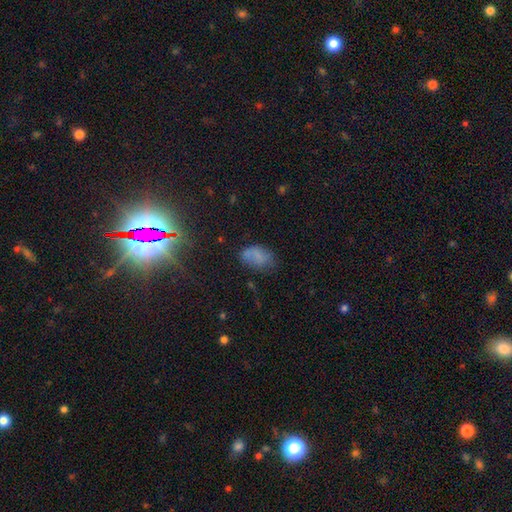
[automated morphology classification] Overall: smooth (67%). How rounded: in between (89%). Merging: none (56%; minor disturbance 28%).